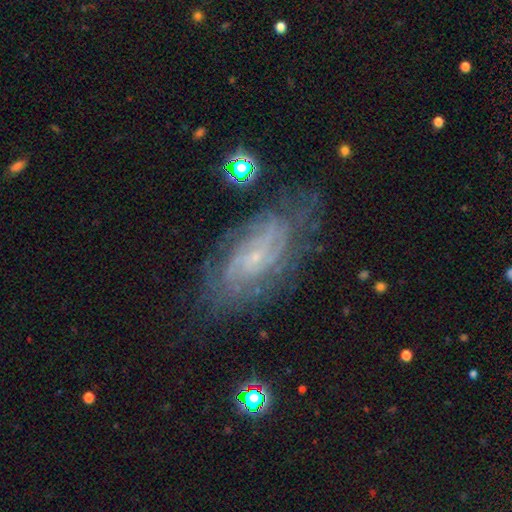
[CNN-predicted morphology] A featured or disk galaxy (77%) with no bar (65%), tight (59%) spiral arms (89%) and a small central bulge (82%).

Vote fractions:
- Smooth or featured? featured or disk: 77% / smooth: 14% / star or artifact: 9%
- Edge-on disk? no: 93% / yes: 7%
- Bar? no: 65% / weak: 28% / strong: 7%
- Spiral arms? yes: 89% / no: 11%
- Spiral winding? tight: 59% / medium: 31% / loose: 11%
- Spiral arm count? can't tell: 48% / 2: 23% / 3: 10% / 4: 8% / more than 4: 6% / 1: 5%
- Bulge size? small: 82% / moderate: 9% / none: 6% / large: 1% / dominant: 1%
- Merging? none: 72% / minor disturbance: 19% / major disturbance: 8% / merger: 2%